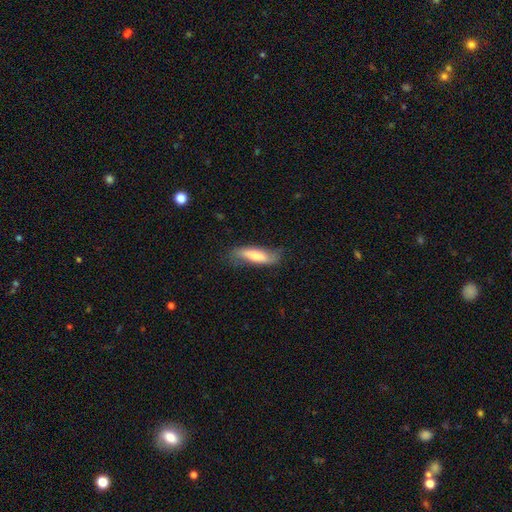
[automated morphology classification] Overall: smooth (64%; featured or disk 30%). How rounded: cigar-shaped (62%; in between 36%). Merging: none (64%; minor disturbance 26%).